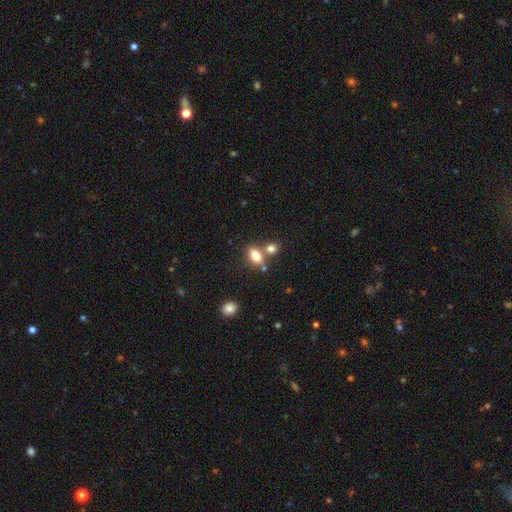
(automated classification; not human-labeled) smooth_or_featured: smooth (p=0.79) [alt: featured or disk p=0.12]
how_rounded: in between (p=0.82) [alt: round p=0.13]
merging: none (p=0.55) [alt: merger p=0.31]